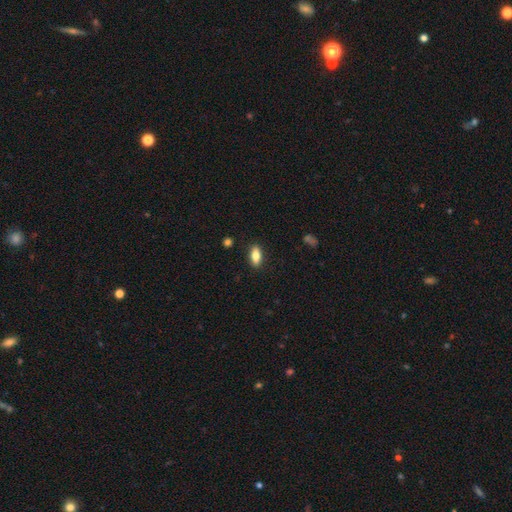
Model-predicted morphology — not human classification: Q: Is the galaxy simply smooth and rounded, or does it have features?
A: smooth — 79%.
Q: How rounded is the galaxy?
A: in between — 83%.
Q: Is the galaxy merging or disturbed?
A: none — 89%.